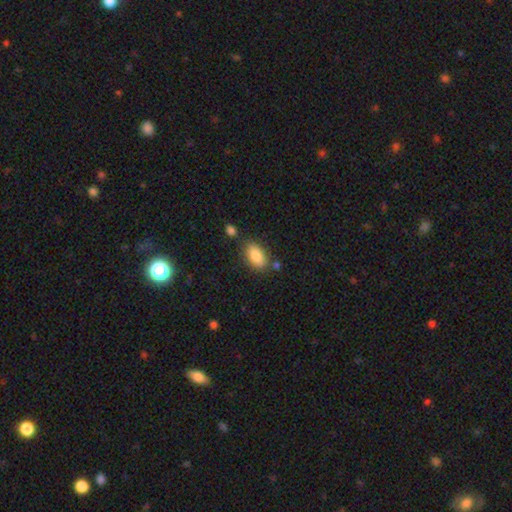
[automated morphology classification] Smooth or featured? smooth (84%)
How rounded? in between (91%)
Merging? none (74%)